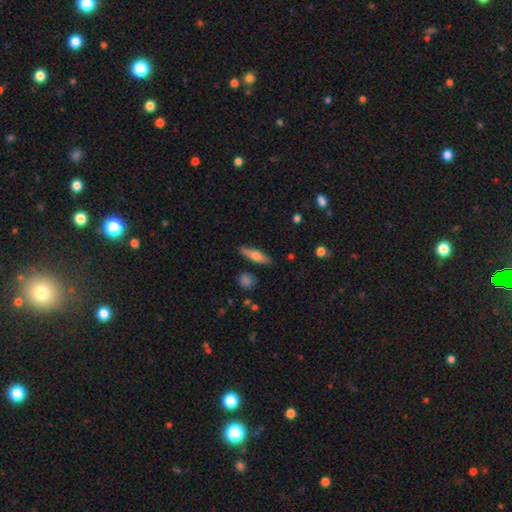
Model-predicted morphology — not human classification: Smooth or featured? Predicted: smooth (p=0.54). How rounded? Predicted: cigar-shaped (p=0.68). Merging? Predicted: none (p=0.84).